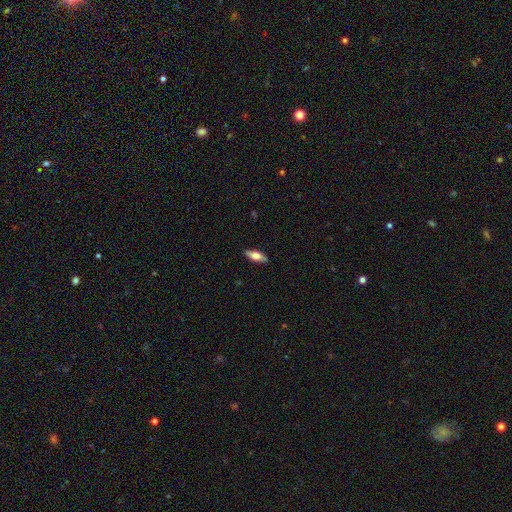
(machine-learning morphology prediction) smooth-or-featured: smooth: 64% | featured or disk: 30% | star or artifact: 6%
  how-rounded: in between: 69% | cigar-shaped: 28% | round: 3%
  merging: none: 87% | minor disturbance: 10% | major disturbance: 2% | merger: 1%